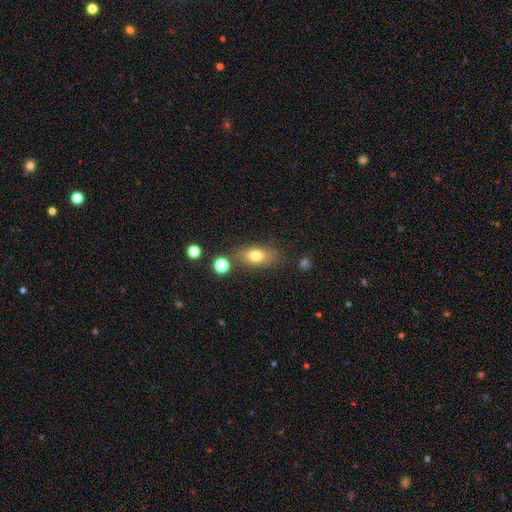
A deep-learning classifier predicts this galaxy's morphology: This is likely a smooth galaxy (75%). How rounded: clearly in between (82%). Merging: likely none (75%).